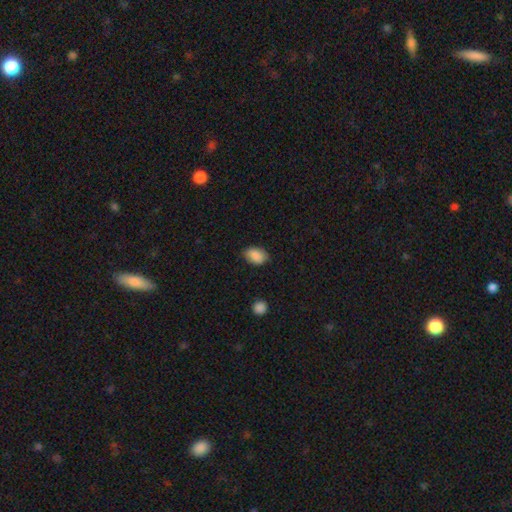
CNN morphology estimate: Overall: smooth (88%). How rounded: in between (86%). Merging: none (81%).